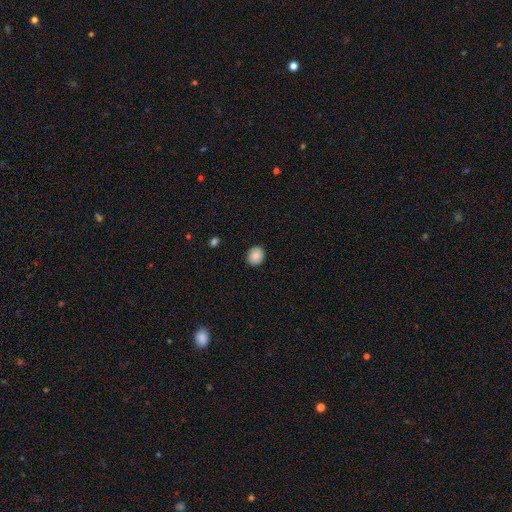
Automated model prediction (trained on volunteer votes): Q: Smooth or featured?
A: smooth (87%); runner-up: star or artifact (8%)
Q: How rounded?
A: round (73%); runner-up: in between (26%)
Q: Merging?
A: none (89%); runner-up: minor disturbance (8%)